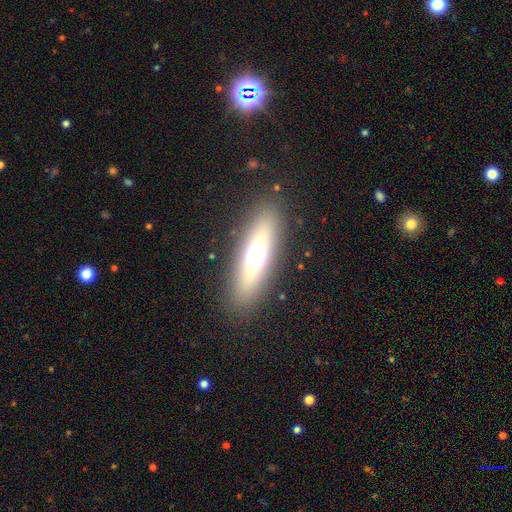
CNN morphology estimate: smooth-or-featured: smooth: 53% | featured or disk: 35% | star or artifact: 12%
  how-rounded: in between: 48% (tied) | cigar-shaped: 48% (tied) | round: 4%
  merging: none: 86% | minor disturbance: 8% | major disturbance: 4% | merger: 1%